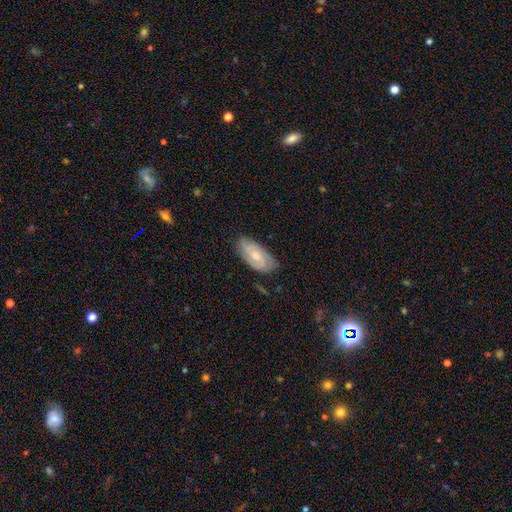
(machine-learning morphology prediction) A featured or disk galaxy (66%) with no bar (49%), 2 (59%) tight (55%) spiral arms (91%) and a small central bulge (46%). Merging: none (75%).